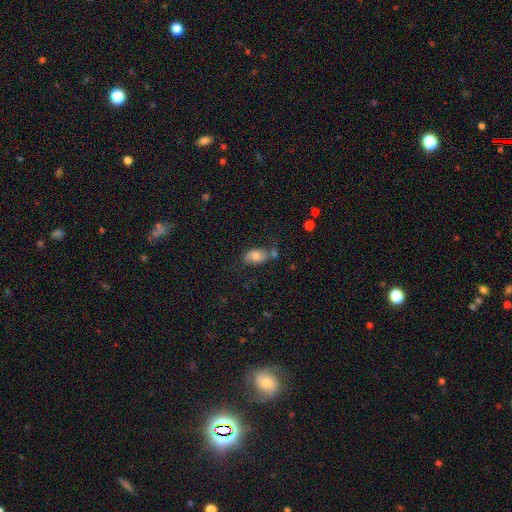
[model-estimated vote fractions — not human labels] This appears to be a smooth galaxy with no disk features (64%) that is in between round and cigar-shaped (89%). Merging: none (54%).